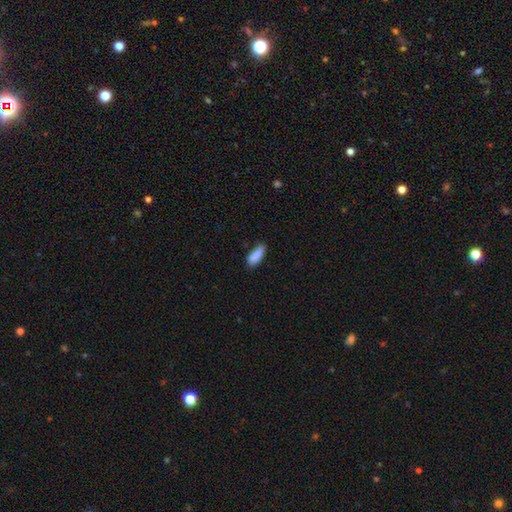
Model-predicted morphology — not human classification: A smooth galaxy with no disk features (87%) that is in between round and cigar-shaped (71%).

Vote fractions:
- Smooth or featured? smooth: 87% / star or artifact: 7% / featured or disk: 5%
- How rounded? in between: 71% / cigar-shaped: 27% / round: 2%
- Merging? none: 67% / minor disturbance: 26% / major disturbance: 5% / merger: 2%